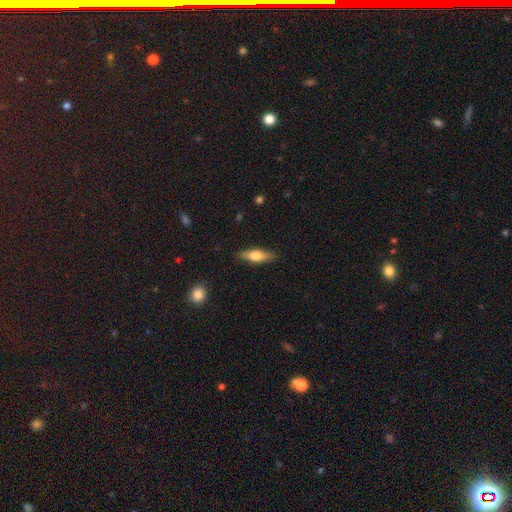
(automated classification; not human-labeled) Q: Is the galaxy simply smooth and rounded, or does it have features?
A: smooth — 63%.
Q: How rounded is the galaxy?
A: in between — 50%.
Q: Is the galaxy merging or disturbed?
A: none — 87%.